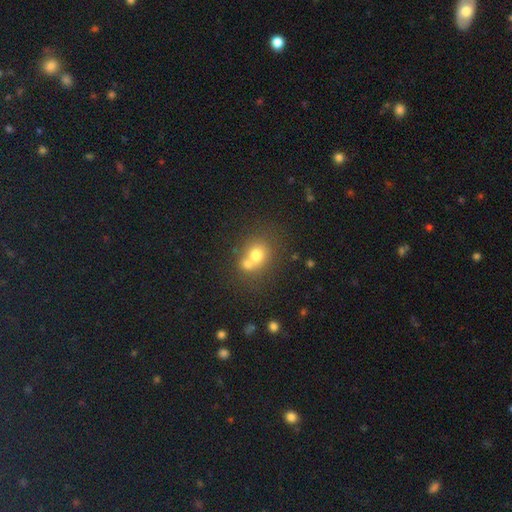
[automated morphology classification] Smooth or featured: smooth — 68% (featured or disk — 18%)
How rounded: round — 72% (in between — 27%)
Merging: merger — 52% (none — 36%)